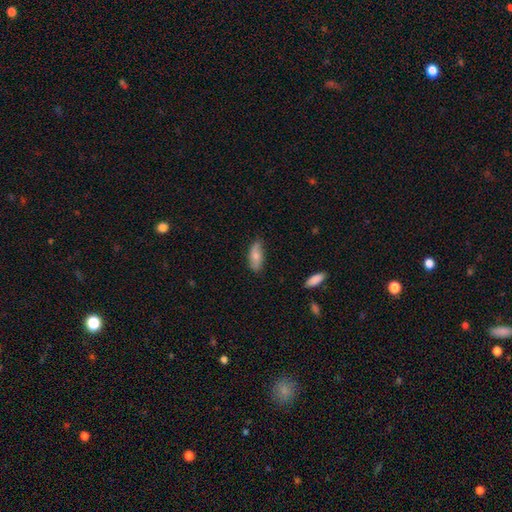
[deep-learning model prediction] Morphology: type=smooth (74%); roundness=in between (78%); merging=none (78%).